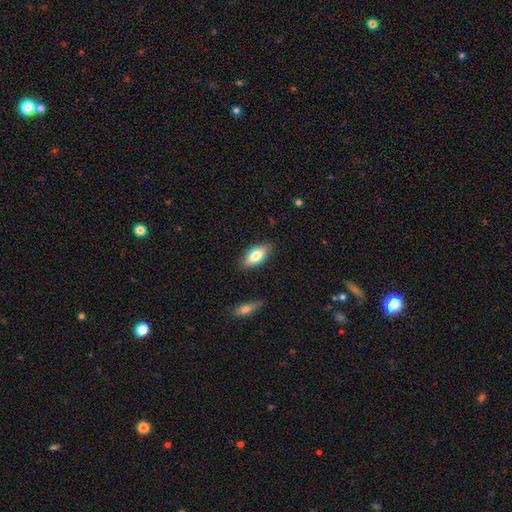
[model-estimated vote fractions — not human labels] This is likely a smooth galaxy (79%). How rounded: clearly in between (90%). Merging: clearly none (85%).